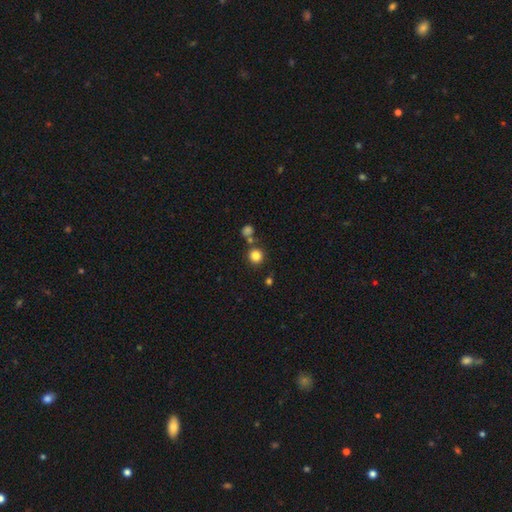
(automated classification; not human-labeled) Overall: smooth (82%). How rounded: round (92%). Merging: none (78%).